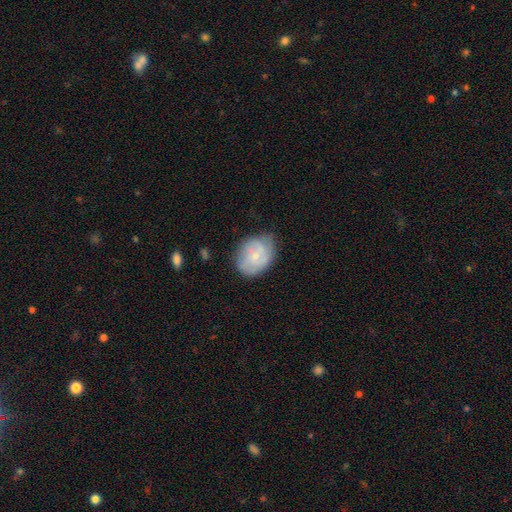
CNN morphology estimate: Smooth or featured? Predicted: featured or disk (p=0.49). Merging? Predicted: none (p=0.58).